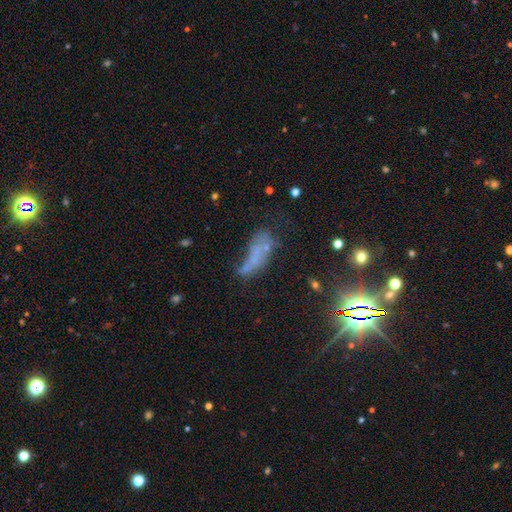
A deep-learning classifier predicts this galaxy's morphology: This is marginally a smooth galaxy (41%). Merging: marginally major disturbance (32%).